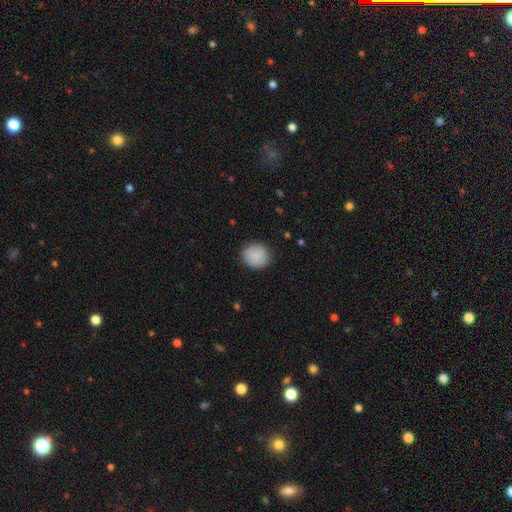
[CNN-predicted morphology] The model was most divided on "how rounded": round: 85%, in between: 14%, cigar-shaped: 1%. More confident: smooth or featured — smooth (88%); merging — none (87%).